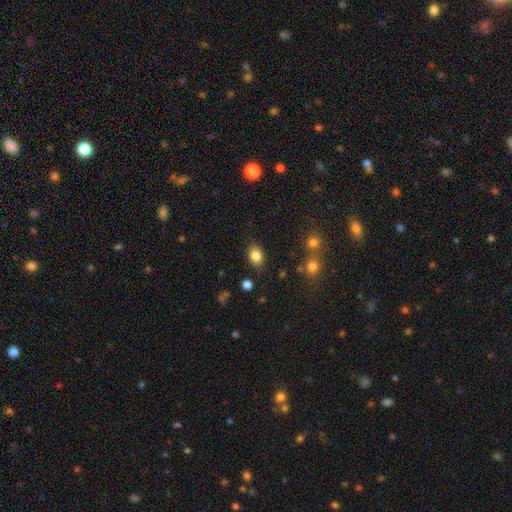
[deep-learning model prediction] Q: Smooth or featured?
A: smooth (84%); runner-up: star or artifact (9%)
Q: How rounded?
A: in between (77%); runner-up: round (22%)
Q: Merging?
A: none (82%); runner-up: minor disturbance (12%)